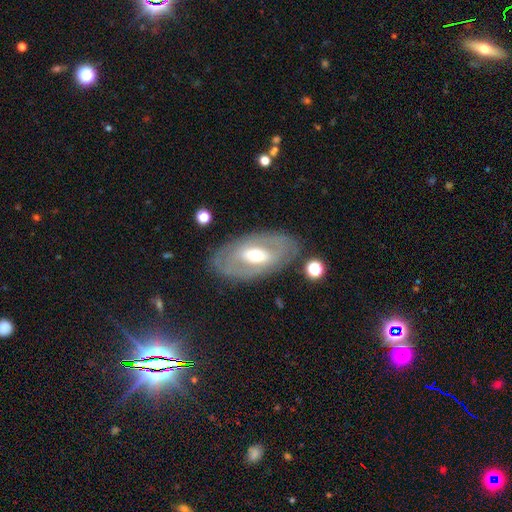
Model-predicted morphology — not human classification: Smooth or featured? featured or disk (66%)
Edge-on disk? no (89%)
Bar? no (40%)
Spiral arms? no (61%)
Bulge size? moderate (64%)
Merging? none (80%)